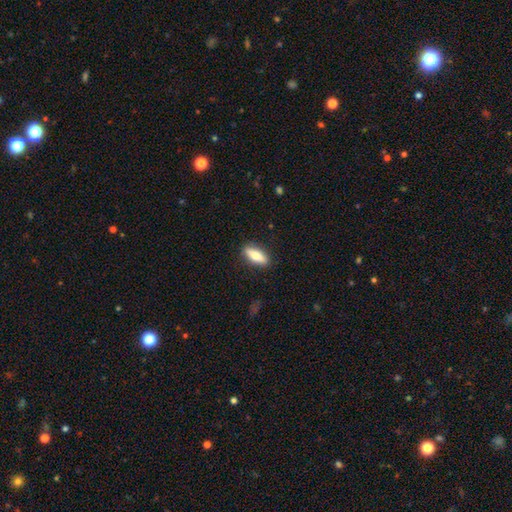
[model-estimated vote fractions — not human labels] smooth_or_featured: smooth (p=0.68) [alt: featured or disk p=0.26]
how_rounded: in between (p=0.55) [alt: cigar-shaped p=0.42]
merging: none (p=0.87) [alt: minor disturbance p=0.09]